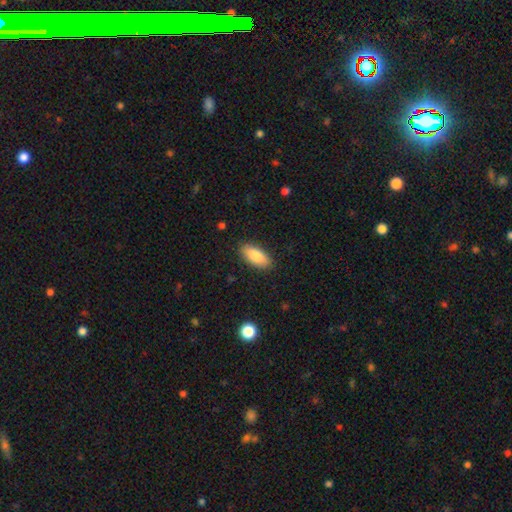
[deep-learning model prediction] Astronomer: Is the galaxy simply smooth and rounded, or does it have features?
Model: smooth — 83%.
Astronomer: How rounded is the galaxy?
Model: in between — 86%.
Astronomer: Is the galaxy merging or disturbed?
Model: none — 87%.